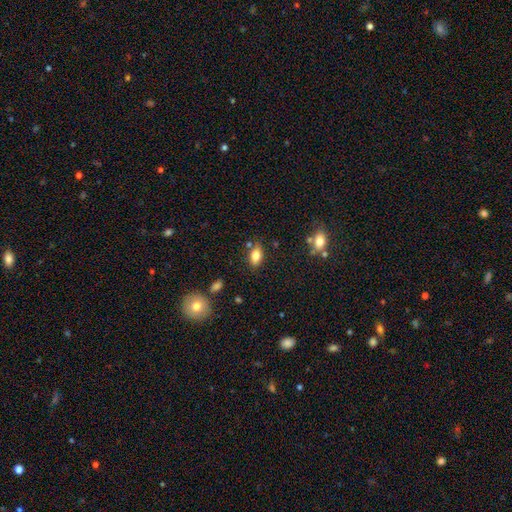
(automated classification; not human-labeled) The model was most divided on "merging": none: 79%, minor disturbance: 13%, merger: 5%, major disturbance: 3%. More confident: how rounded — in between (88%); smooth or featured — smooth (81%).